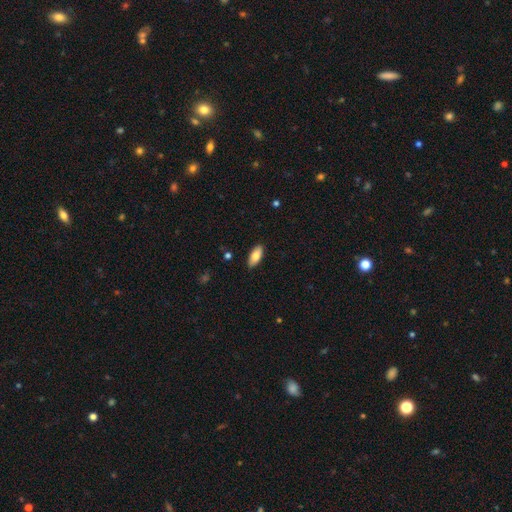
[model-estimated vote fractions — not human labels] This appears to be a smooth galaxy with no disk features (80%) that is in between round and cigar-shaped (86%). Merging: none (89%).